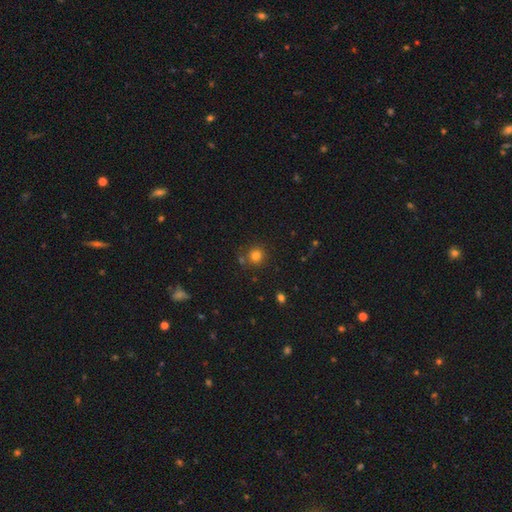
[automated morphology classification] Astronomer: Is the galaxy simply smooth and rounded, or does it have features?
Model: smooth — 80%.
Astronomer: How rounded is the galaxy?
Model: round — 91%.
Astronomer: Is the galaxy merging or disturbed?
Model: none — 79%.